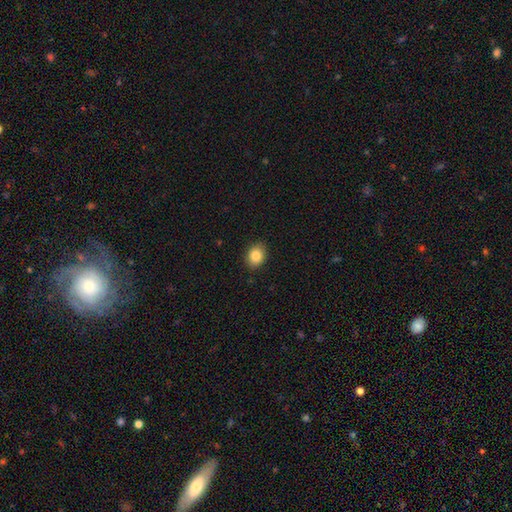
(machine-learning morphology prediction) Smooth or featured? Predicted: smooth (p=0.85). How rounded? Predicted: in between (p=0.57). Merging? Predicted: none (p=0.87).